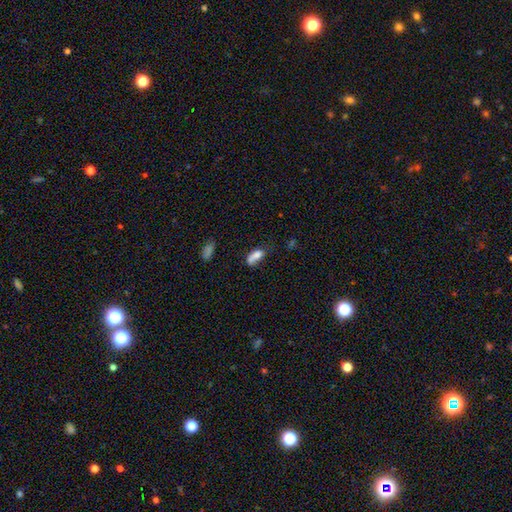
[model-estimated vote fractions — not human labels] smooth_or_featured: smooth (p=0.76) [alt: featured or disk p=0.14]
how_rounded: in between (p=0.82) [alt: cigar-shaped p=0.10]
merging: none (p=0.33) [alt: minor disturbance p=0.25]